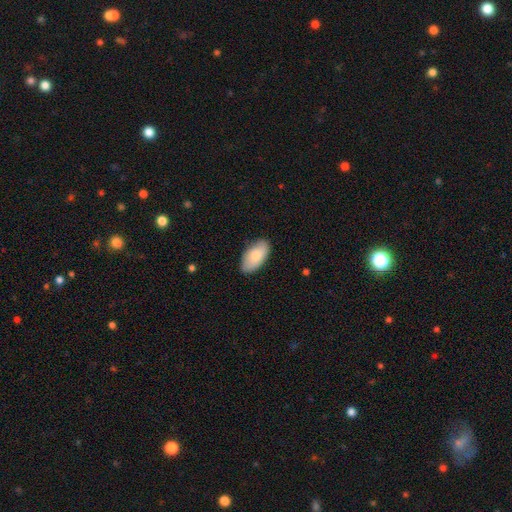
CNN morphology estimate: smooth 78%, featured or disk 17%, star or artifact 6%. Down the decision tree: how rounded — in between (95%); merging — none (82%).